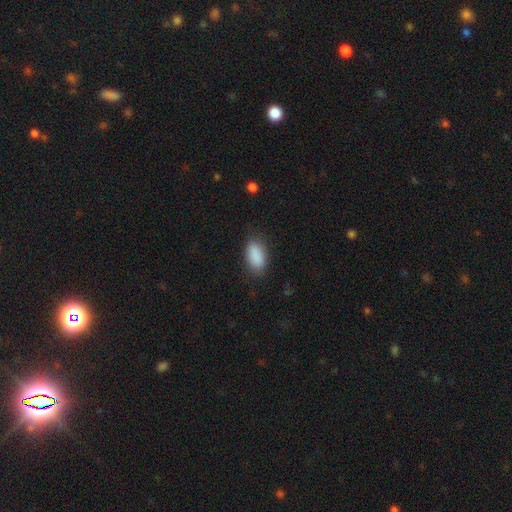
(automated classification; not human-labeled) This is clearly a smooth galaxy (89%). How rounded: clearly in between (91%). Merging: likely none (80%).